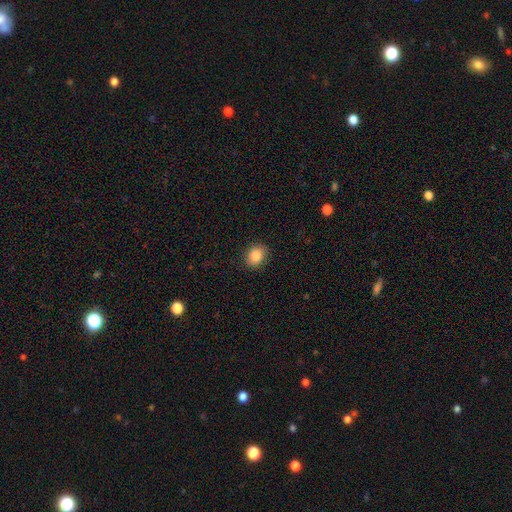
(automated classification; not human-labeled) The model was most divided on "how rounded": round: 55%, in between: 44%, cigar-shaped: 1%. More confident: smooth or featured — smooth (87%); merging — none (87%).